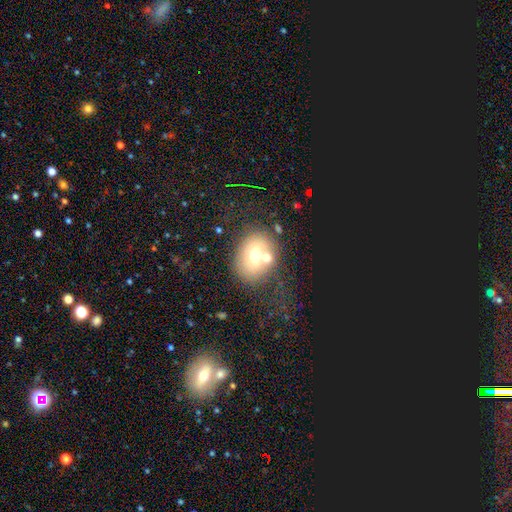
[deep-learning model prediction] Q: Smooth or featured?
A: smooth (61%); runner-up: featured or disk (26%)
Q: How rounded?
A: round (50%); runner-up: in between (49%)
Q: Merging?
A: none (50%); runner-up: merger (27%)